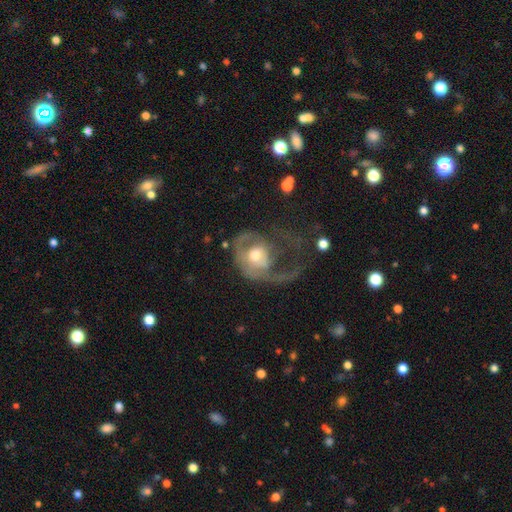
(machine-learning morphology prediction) Smooth or featured?
  - featured or disk: 64% *
  - smooth: 30%
  - star or artifact: 7%
Edge-on disk?
  - no: 96% *
  - yes: 4%
Bar?
  - no: 72% *
  - weak: 23%
  - strong: 6%
Spiral arms?
  - yes: 59% *
  - no: 41%
Bulge size?
  - moderate: 64% *
  - small: 23%
  - large: 10%
  - none: 2%
  - dominant: 1%
Merging?
  - major disturbance: 62% *
  - none: 20%
  - minor disturbance: 14%
  - merger: 4%